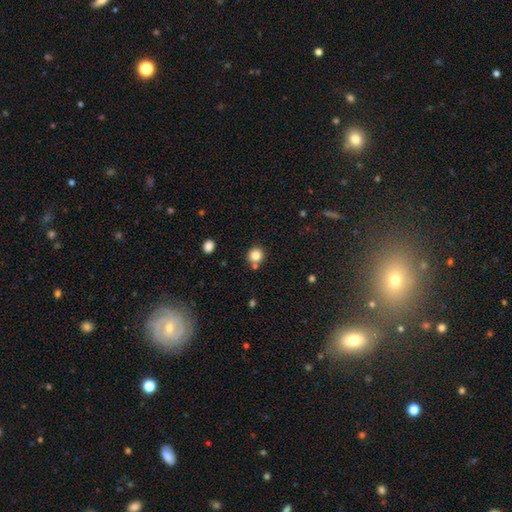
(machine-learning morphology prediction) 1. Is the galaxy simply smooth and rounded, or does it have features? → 83% smooth, 11% star or artifact, 6% featured or disk.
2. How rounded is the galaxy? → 91% round, 8% in between, 1% cigar-shaped.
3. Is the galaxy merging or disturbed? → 77% none, 12% merger, 8% minor disturbance, 2% major disturbance.